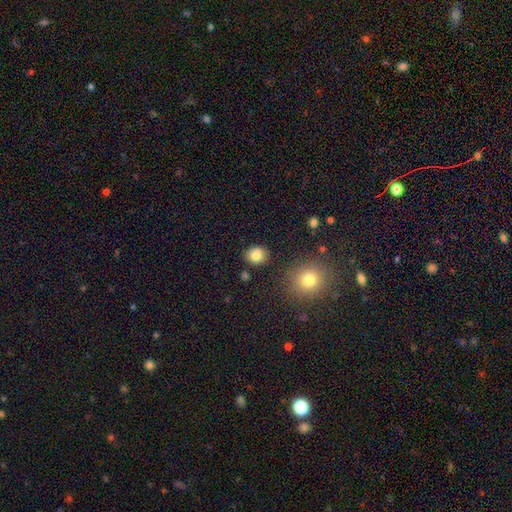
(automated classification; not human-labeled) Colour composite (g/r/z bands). It shows a smooth galaxy with no disk features (83%) that is round (71%). Merging: none (86%).